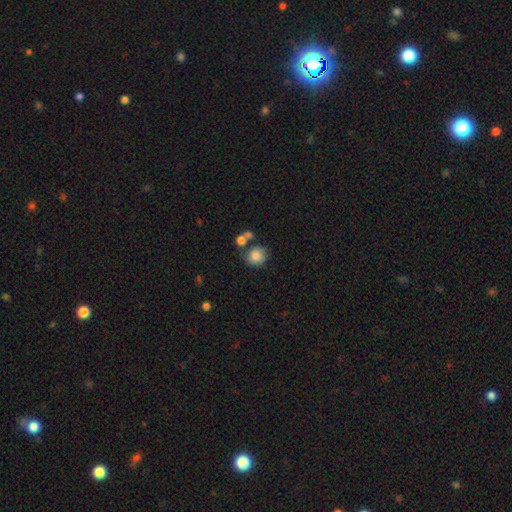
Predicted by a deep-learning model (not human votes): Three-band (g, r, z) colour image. It shows a smooth galaxy with no disk features (83%) that is round (80%). Merging: none (56%).